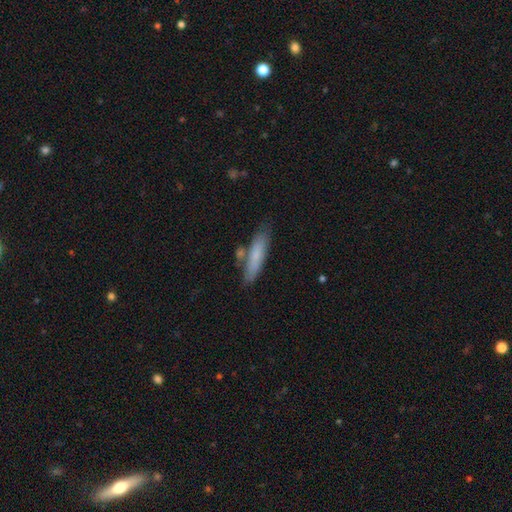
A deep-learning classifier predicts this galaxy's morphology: This appears to be a smooth galaxy with no disk features (74%) that is cigar-shaped (77%). Merging: none (71%).